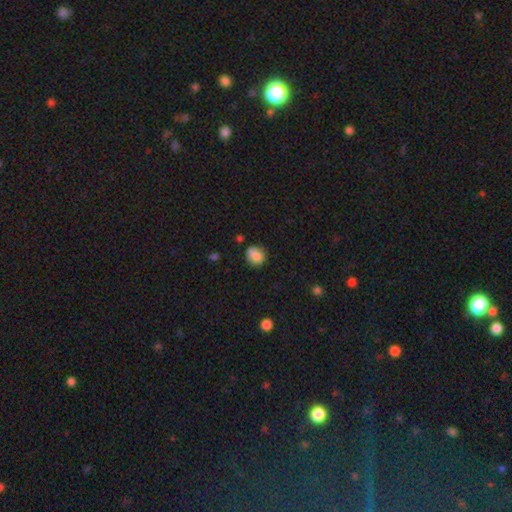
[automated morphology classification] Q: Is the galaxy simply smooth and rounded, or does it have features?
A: smooth — 81%.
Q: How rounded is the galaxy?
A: round — 72%.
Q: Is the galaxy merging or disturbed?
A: none — 62%.